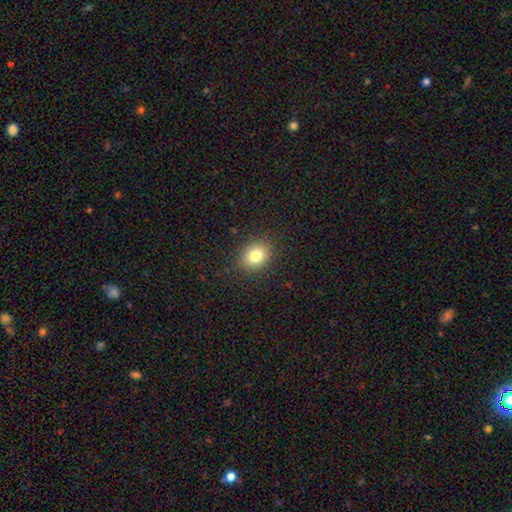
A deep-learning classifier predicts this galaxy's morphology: This appears to be a smooth galaxy with no disk features (80%) that is round (55%). Merging: none (88%).